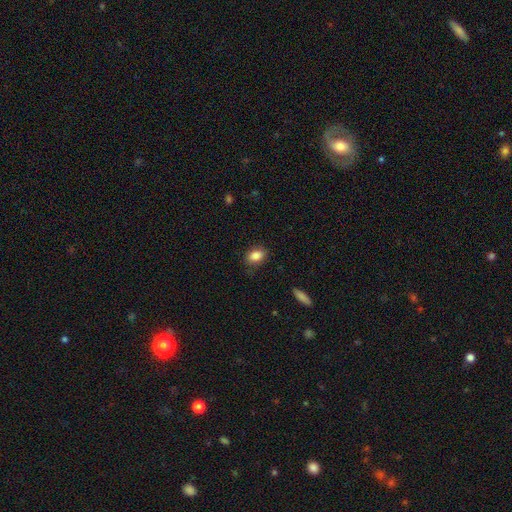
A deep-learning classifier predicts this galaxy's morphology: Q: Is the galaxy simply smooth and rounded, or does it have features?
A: smooth — 86%.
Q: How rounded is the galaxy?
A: in between — 78%.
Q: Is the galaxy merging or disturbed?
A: none — 81%.